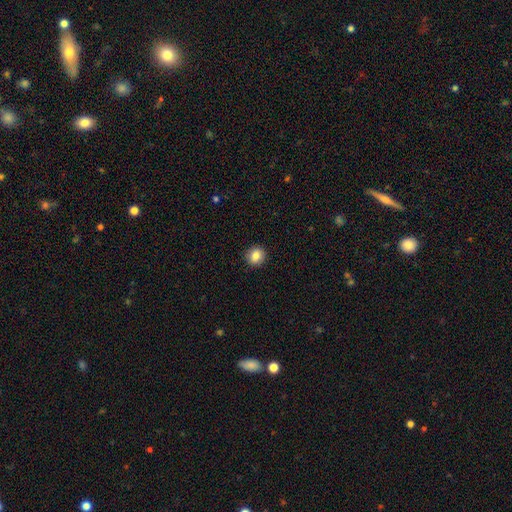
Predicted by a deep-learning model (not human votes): This appears to be a smooth galaxy with no disk features (85%) that is round (88%). Merging: none (91%).